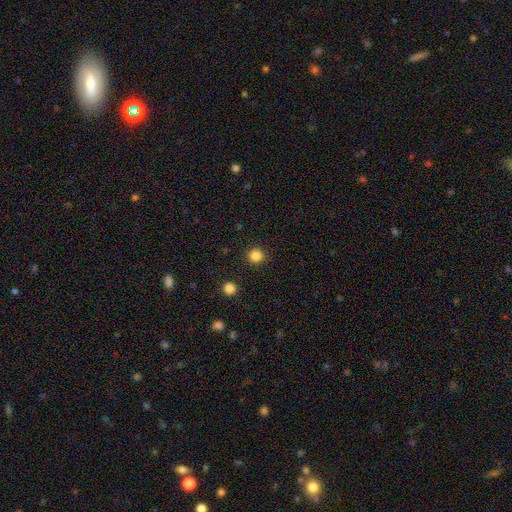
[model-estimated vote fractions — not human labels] This appears to be a smooth galaxy with no disk features (84%) that is round (95%). Merging: none (92%).